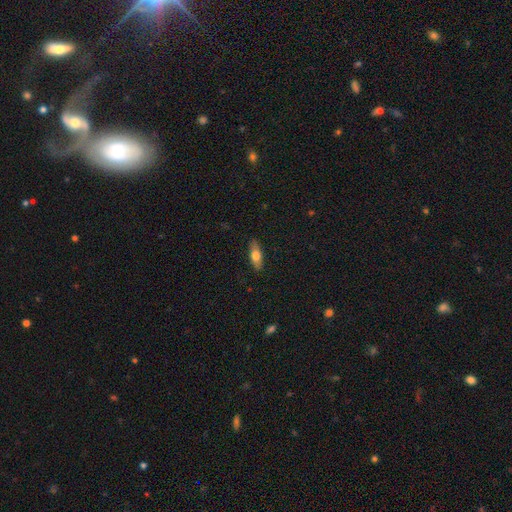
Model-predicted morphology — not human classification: This is likely a smooth galaxy (63%). How rounded: likely in between (63%). Merging: clearly none (87%).